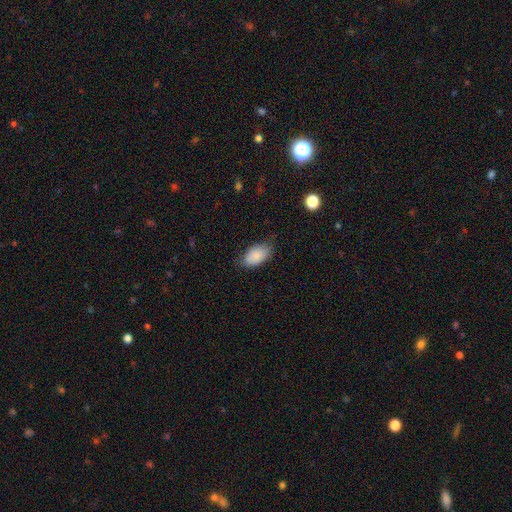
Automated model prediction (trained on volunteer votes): smooth_or_featured: smooth (p=0.87) [alt: star or artifact p=0.07]
how_rounded: in between (p=0.94) [alt: round p=0.04]
merging: none (p=0.76) [alt: minor disturbance p=0.20]